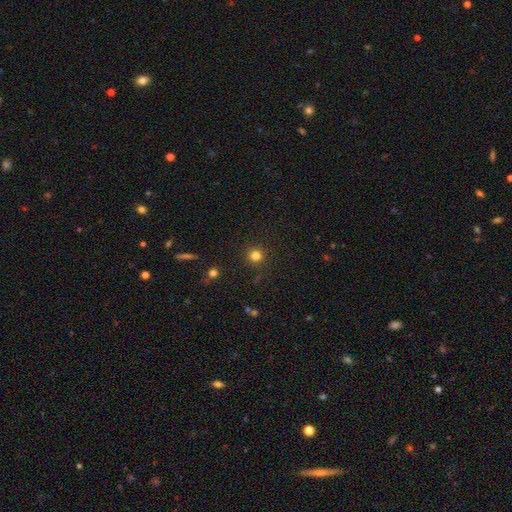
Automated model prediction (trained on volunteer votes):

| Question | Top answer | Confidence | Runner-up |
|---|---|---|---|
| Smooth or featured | smooth | 80% | star or artifact (15%) |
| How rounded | round | 94% | in between (5%) |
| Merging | none | 90% | minor disturbance (6%) |